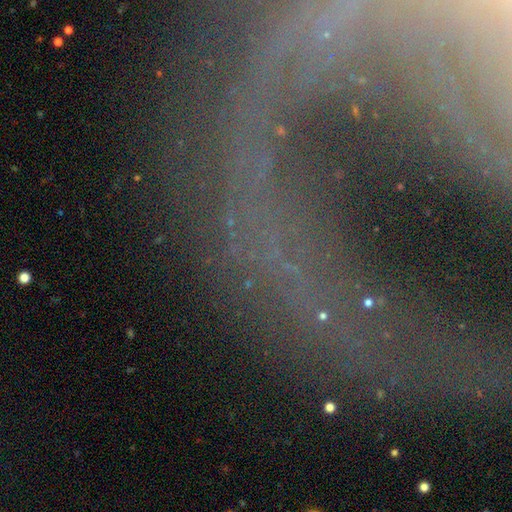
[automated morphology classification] Smooth or featured: featured or disk — 48% (star or artifact — 37%)
Merging: none — 56% (major disturbance — 17%)